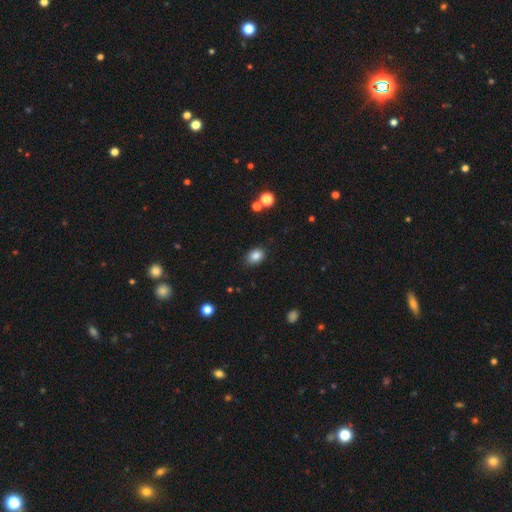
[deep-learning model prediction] Q: Smooth or featured?
A: smooth (84%); runner-up: star or artifact (10%)
Q: How rounded?
A: in between (69%); runner-up: round (30%)
Q: Merging?
A: none (85%); runner-up: minor disturbance (11%)